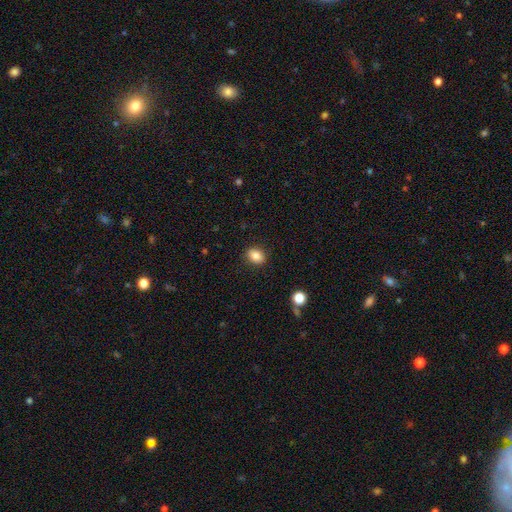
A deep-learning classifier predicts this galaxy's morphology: A smooth galaxy with no disk features (84%) that is in between round and cigar-shaped (63%).

Vote fractions:
- Smooth or featured? smooth: 84% / star or artifact: 9% / featured or disk: 6%
- How rounded? in between: 63% / round: 36% / cigar-shaped: 1%
- Merging? none: 88% / minor disturbance: 9% / major disturbance: 2% / merger: 1%